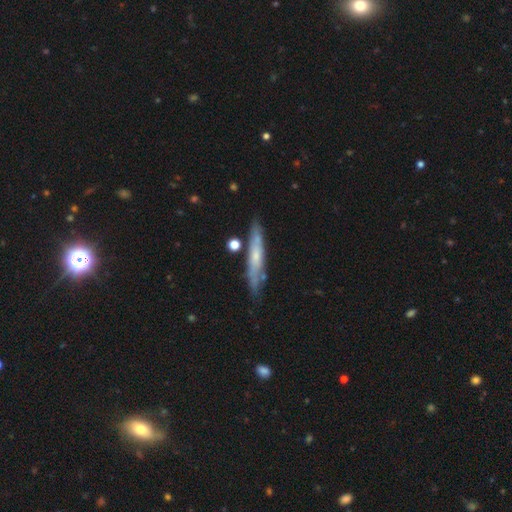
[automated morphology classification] A featured or disk galaxy (51%) viewed edge-on (76%). Merging: none (75%).